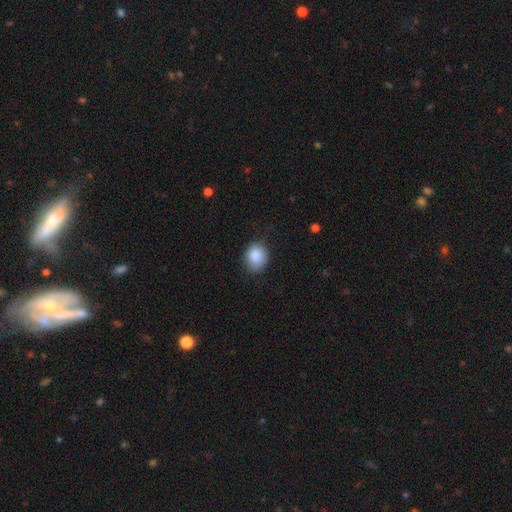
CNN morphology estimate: A smooth galaxy with no disk features (88%) that is round (59%).

Vote fractions:
- Smooth or featured? smooth: 88% / star or artifact: 8% / featured or disk: 4%
- How rounded? round: 59% / in between: 40% / cigar-shaped: 1%
- Merging? none: 78% / minor disturbance: 18% / major disturbance: 4% / merger: 1%